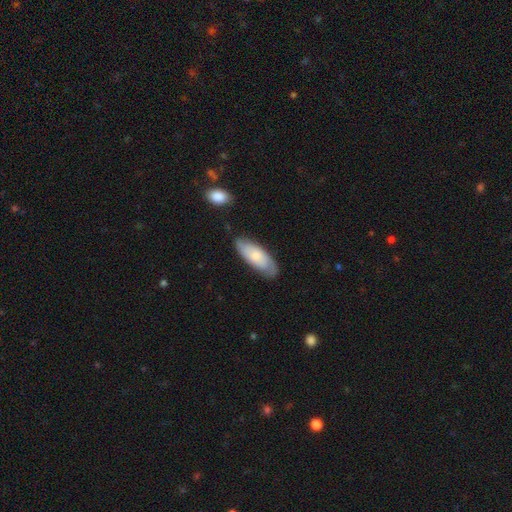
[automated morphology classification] smooth_or_featured: smooth (p=0.62) [alt: featured or disk p=0.32]
how_rounded: in between (p=0.76) [alt: cigar-shaped p=0.22]
merging: none (p=0.77) [alt: minor disturbance p=0.18]